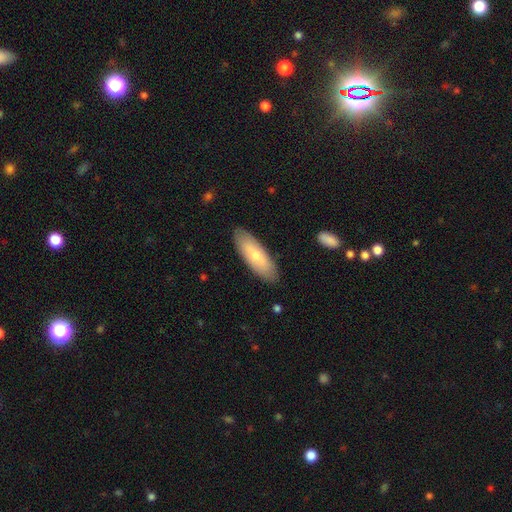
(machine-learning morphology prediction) This appears to be a smooth galaxy with no disk features (67%) that is in between round and cigar-shaped (61%). Merging: none (86%).